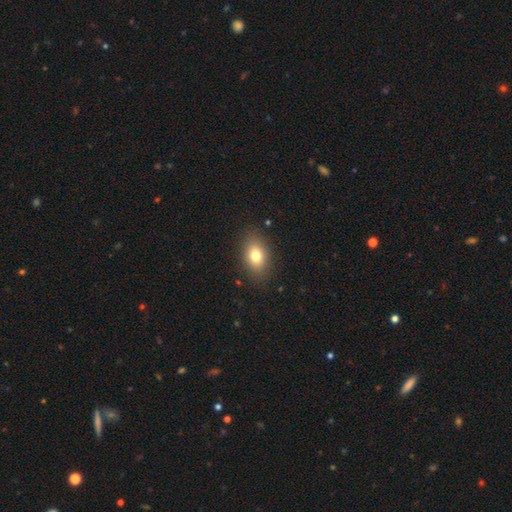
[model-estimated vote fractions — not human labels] Morphology: type=smooth (77%); roundness=in between (80%); merging=none (87%).